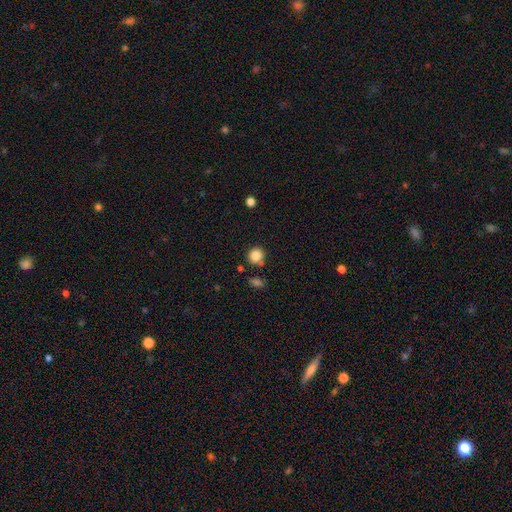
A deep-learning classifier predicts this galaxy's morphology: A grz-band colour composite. It shows a smooth galaxy with no disk features (84%) that is round (89%). Merging: none (78%).